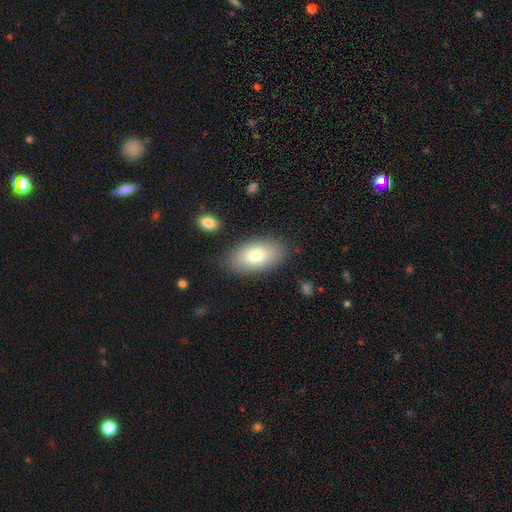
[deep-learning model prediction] Smooth or featured? Predicted: smooth (p=0.77). How rounded? Predicted: in between (p=0.93). Merging? Predicted: none (p=0.85).